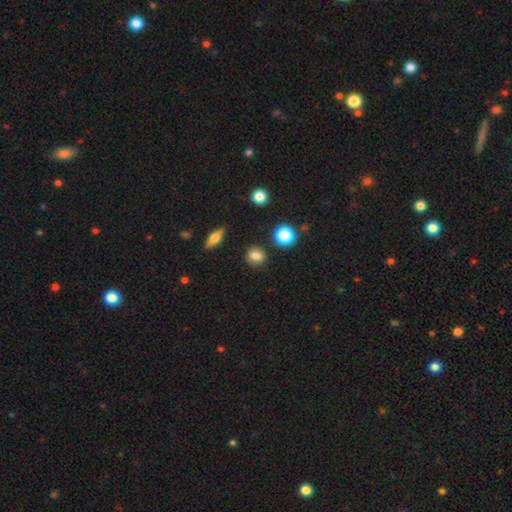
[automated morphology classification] Overall: smooth (83%). How rounded: round (80%). Merging: none (86%).